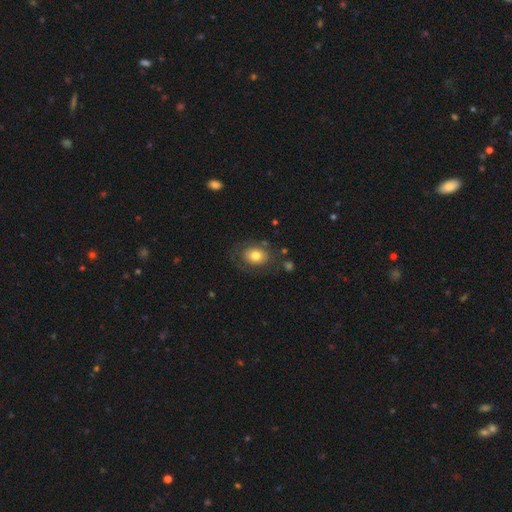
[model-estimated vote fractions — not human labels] Smooth or featured: smooth — 72% (featured or disk — 20%)
How rounded: in between — 60% (round — 39%)
Merging: none — 72% (minor disturbance — 16%)